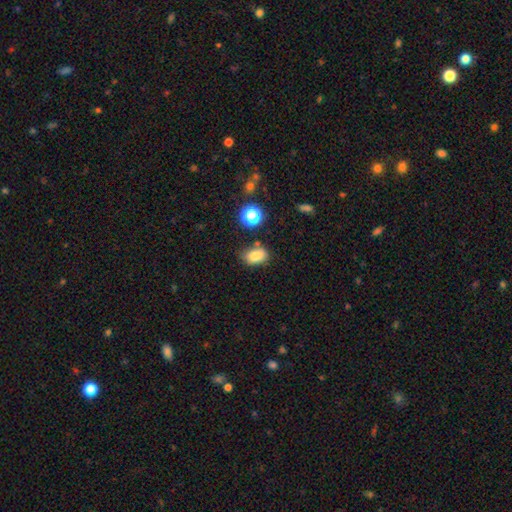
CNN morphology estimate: Smooth or featured: smooth — 81% (star or artifact — 12%)
How rounded: in between — 82% (round — 17%)
Merging: none — 68% (minor disturbance — 20%)